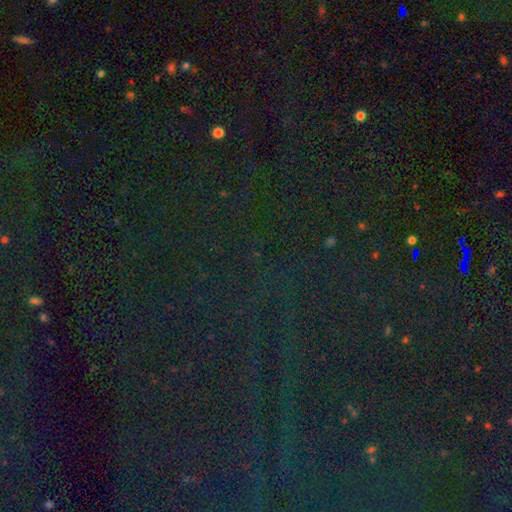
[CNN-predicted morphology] smooth-or-featured: star or artifact: 84% | smooth: 9% | featured or disk: 6%